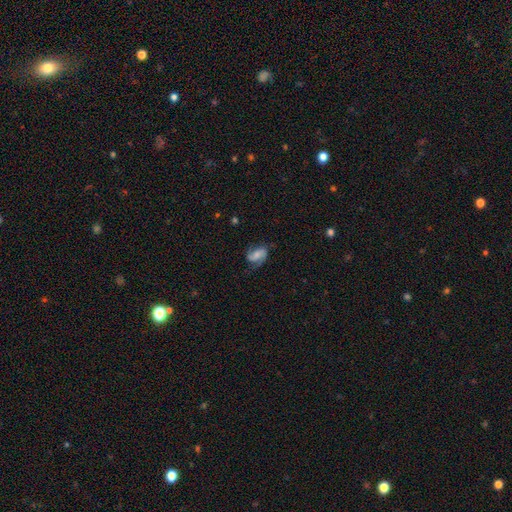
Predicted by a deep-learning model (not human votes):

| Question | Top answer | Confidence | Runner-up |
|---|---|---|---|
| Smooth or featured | featured or disk | 70% | smooth (22%) |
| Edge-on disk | no | 97% | yes (3%) |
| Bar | no | 43% | weak (40%) |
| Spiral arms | yes | 93% | no (7%) |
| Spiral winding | medium | 44% | loose (36%) |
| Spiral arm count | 2 | 81% | 1 (8%) |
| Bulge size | small | 42% | moderate (33%) |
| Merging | none | 63% | minor disturbance (22%) |